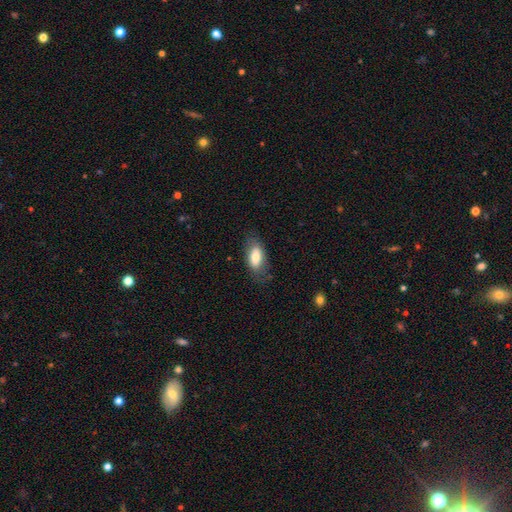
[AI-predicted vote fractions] smooth_or_featured: smooth (p=0.76) [alt: featured or disk p=0.18]
how_rounded: in between (p=0.87) [alt: cigar-shaped p=0.09]
merging: none (p=0.71) [alt: minor disturbance p=0.20]